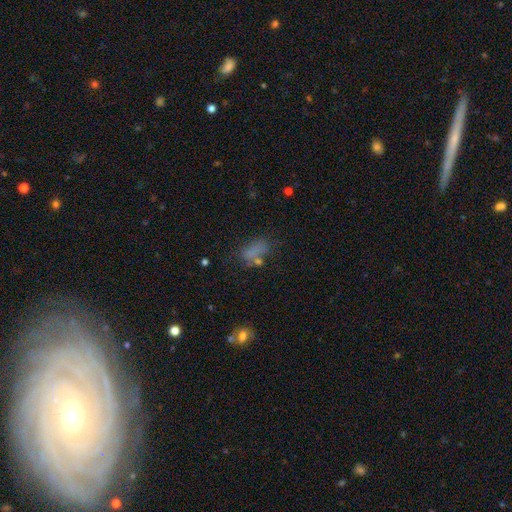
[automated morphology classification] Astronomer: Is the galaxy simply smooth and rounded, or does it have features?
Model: smooth — 65%.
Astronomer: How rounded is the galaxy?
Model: in between — 82%.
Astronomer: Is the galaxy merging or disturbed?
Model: none — 50%.